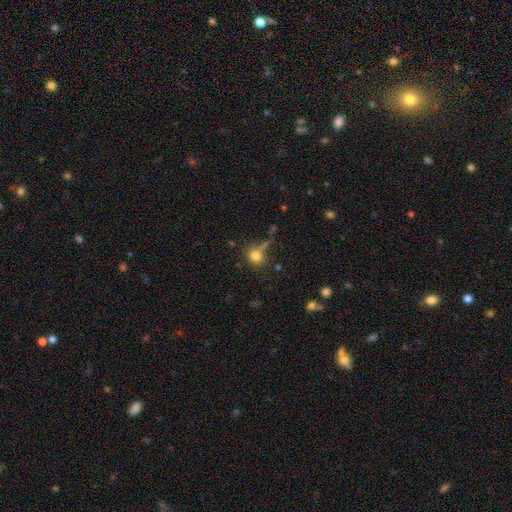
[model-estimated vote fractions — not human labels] Smooth or featured: smooth — 78% (star or artifact — 12%)
How rounded: round — 64% (in between — 34%)
Merging: none — 56% (minor disturbance — 18%)